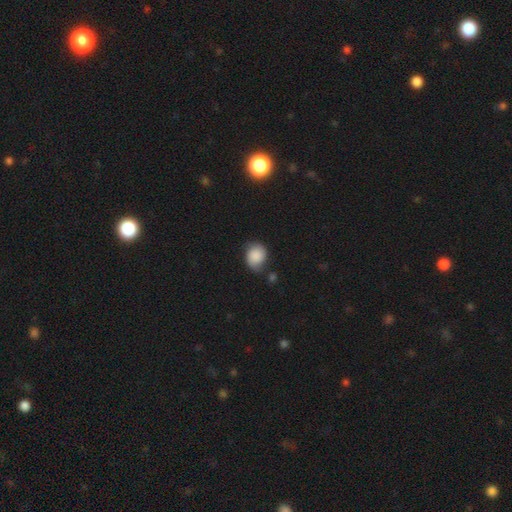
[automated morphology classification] A smooth galaxy with no disk features (74%) that is round (62%).

Vote fractions:
- Smooth or featured? smooth: 74% / featured or disk: 17% / star or artifact: 9%
- How rounded? round: 62% / in between: 37% / cigar-shaped: 1%
- Merging? none: 56% / minor disturbance: 30% / major disturbance: 9% / merger: 5%